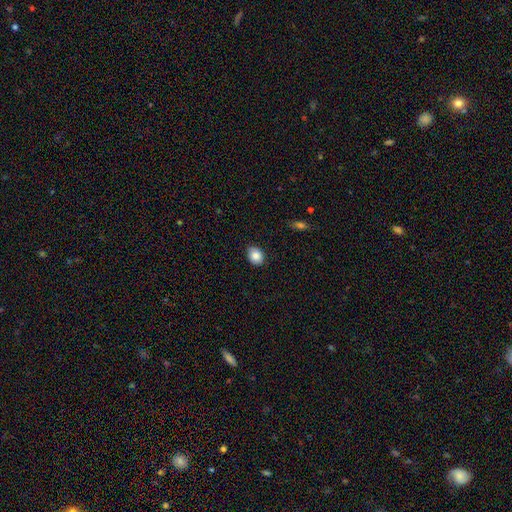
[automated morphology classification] smooth 86%, star or artifact 8%, featured or disk 6%. Down the decision tree: how rounded — in between (54%); merging — none (84%).